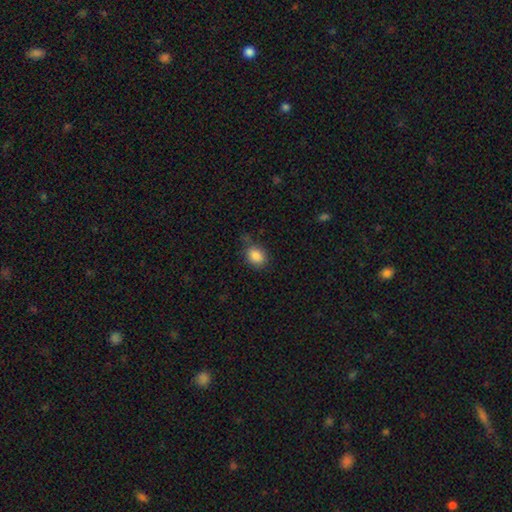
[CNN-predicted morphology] The model was most divided on "how rounded": in between: 54%, round: 45%, cigar-shaped: 1%. More confident: smooth or featured — smooth (87%); merging — none (72%).